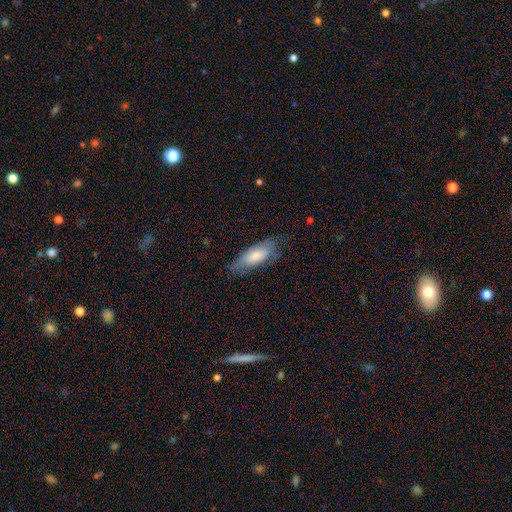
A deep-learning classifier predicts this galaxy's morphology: type=smooth (68%); roundness=in between (75%); merging=none (59%).